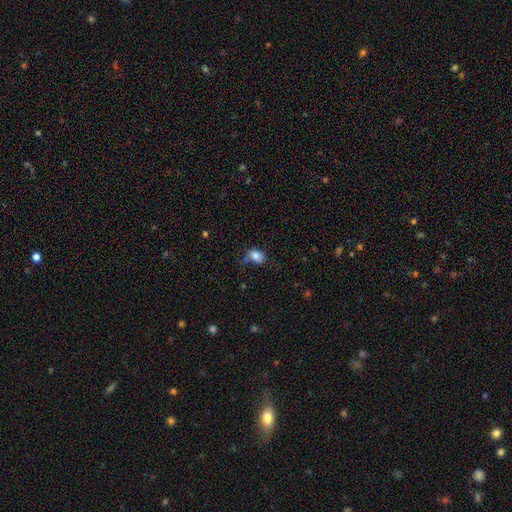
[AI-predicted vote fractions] A smooth galaxy with no disk features (80%) that is in between round and cigar-shaped (54%).

Vote fractions:
- Smooth or featured? smooth: 80% / featured or disk: 10% / star or artifact: 10%
- How rounded? in between: 54% / round: 45% / cigar-shaped: 1%
- Merging? none: 44% / minor disturbance: 30% / major disturbance: 21% / merger: 5%